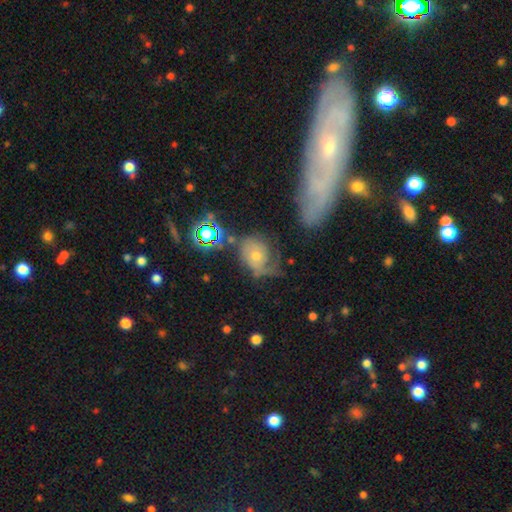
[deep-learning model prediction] The model was most divided on "bulge size": moderate: 53%, small: 40%, large: 4%, none: 2%, dominant: 1%. Remaining: edge-on disk — no (95%); bar — no (80%); spiral arms — yes (76%); smooth or featured — featured or disk (54%); merging — none (40%).